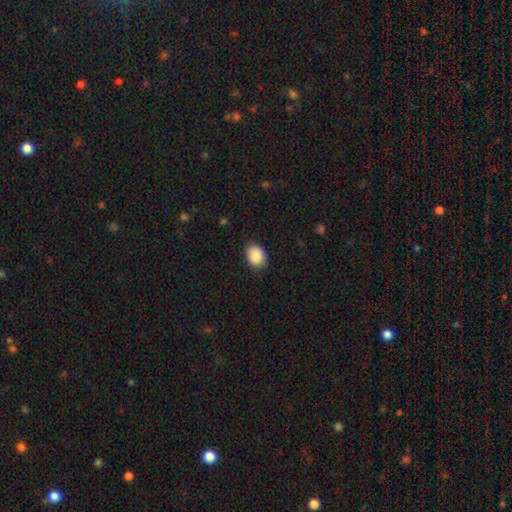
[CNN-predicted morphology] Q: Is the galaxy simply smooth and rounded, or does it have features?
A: smooth — 89%.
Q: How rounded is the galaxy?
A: in between — 66%.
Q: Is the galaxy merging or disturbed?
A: none — 85%.